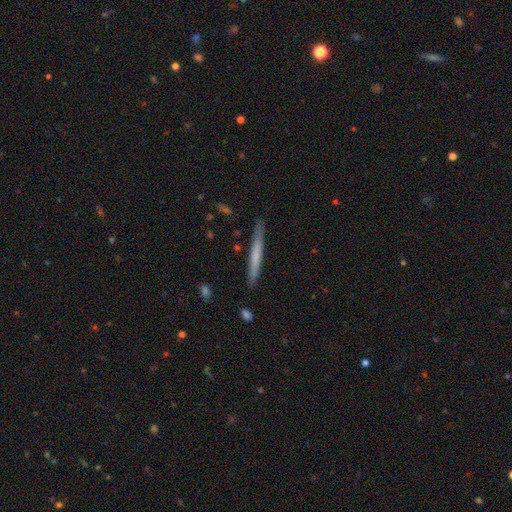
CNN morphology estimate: The model was most divided on "smooth or featured": smooth: 56%, featured or disk: 39%, star or artifact: 6%. More confident: how rounded — cigar-shaped (97%); merging — none (88%).